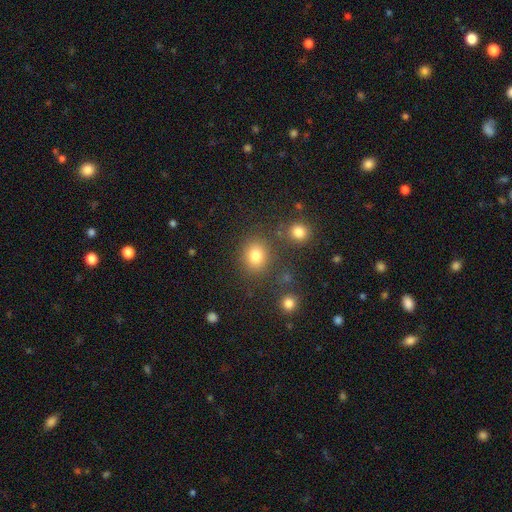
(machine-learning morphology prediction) smooth_or_featured: smooth (p=0.81) [alt: star or artifact p=0.13]
how_rounded: round (p=0.70) [alt: in between p=0.29]
merging: none (p=0.78) [alt: minor disturbance p=0.10]